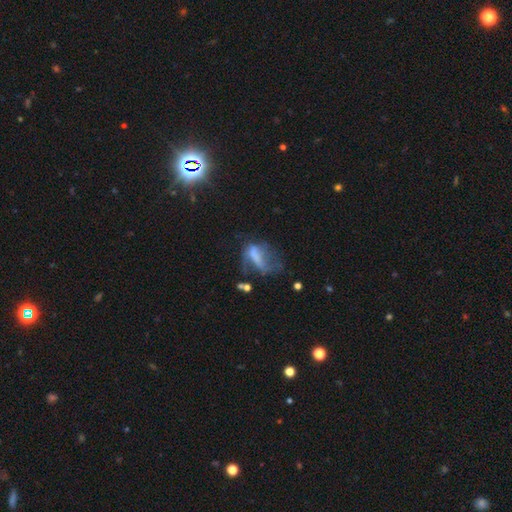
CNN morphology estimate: The model was most divided on "smooth or featured": smooth: 43%, featured or disk: 42%, star or artifact: 15%. Remaining: merging — major disturbance (49%).